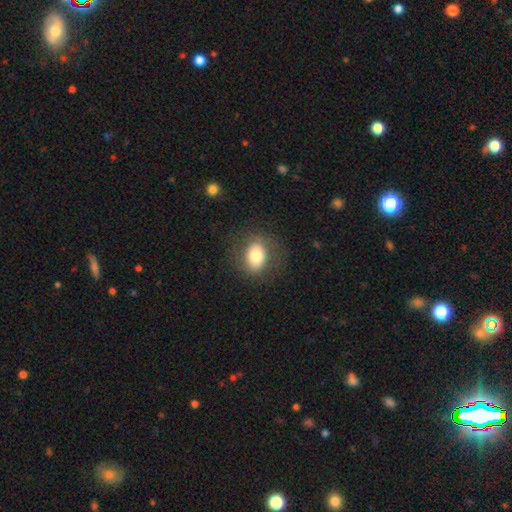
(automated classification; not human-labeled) Overall: smooth (75%). How rounded: in between (58%; round 41%). Merging: none (78%).